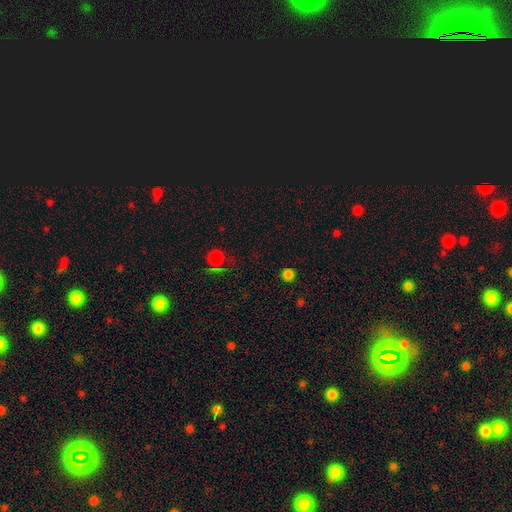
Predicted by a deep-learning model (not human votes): Smooth or featured: smooth — 53% (star or artifact — 41%)
How rounded: round — 89% (in between — 10%)
Merging: none — 83% (minor disturbance — 8%)